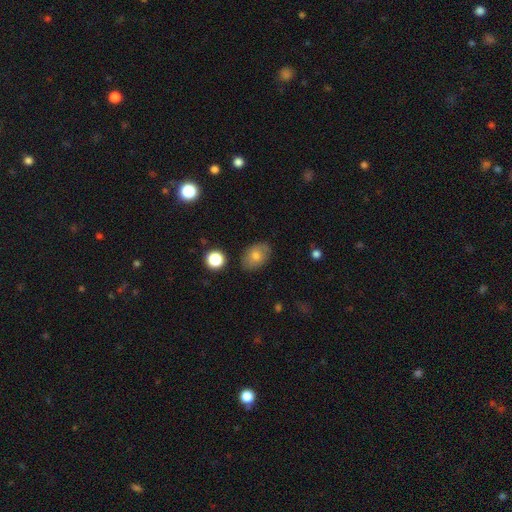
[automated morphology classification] Smooth or featured?
  - smooth: 73% *
  - featured or disk: 18%
  - star or artifact: 9%
How rounded?
  - in between: 78% *
  - round: 20%
  - cigar-shaped: 1%
Merging?
  - none: 83% *
  - minor disturbance: 13%
  - major disturbance: 3%
  - merger: 2%